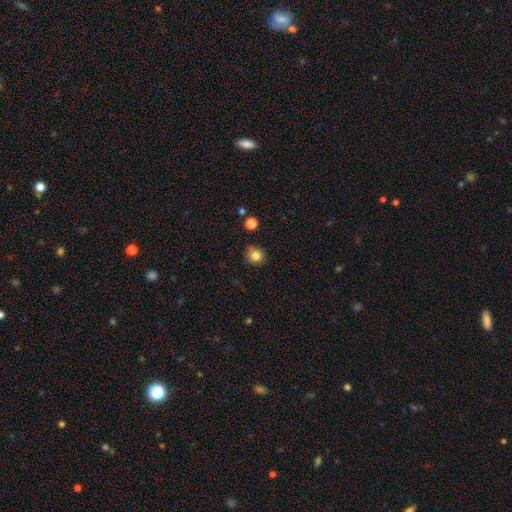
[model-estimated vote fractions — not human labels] Smooth or featured? smooth (82%)
How rounded? round (87%)
Merging? none (77%)